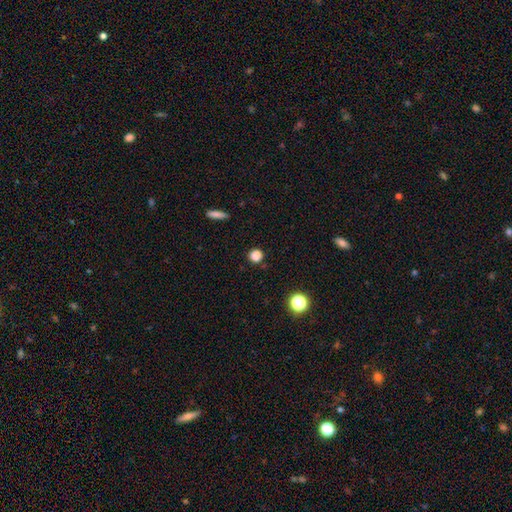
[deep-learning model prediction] Smooth or featured? Predicted: smooth (p=0.80). How rounded? Predicted: round (p=0.90). Merging? Predicted: none (p=0.84).